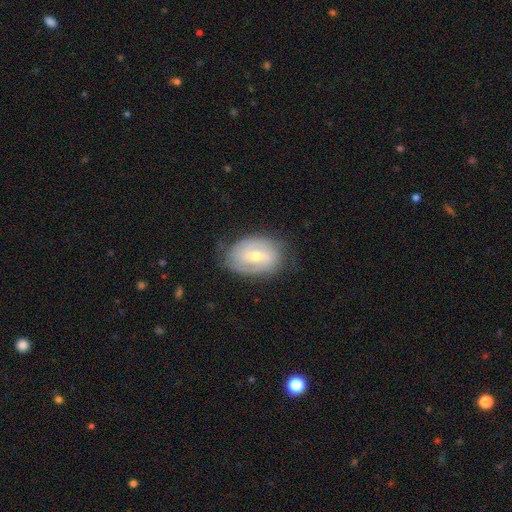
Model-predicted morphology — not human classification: Smooth or featured: featured or disk — 78% (smooth — 16%)
Edge-on disk: no — 96% (yes — 4%)
Bar: weak — 51% (no — 30%)
Spiral arms: yes — 90% (no — 10%)
Spiral winding: tight — 56% (medium — 33%)
Spiral arm count: 2 — 55% (can't tell — 25%)
Bulge size: moderate — 53% (small — 43%)
Merging: none — 75% (minor disturbance — 18%)